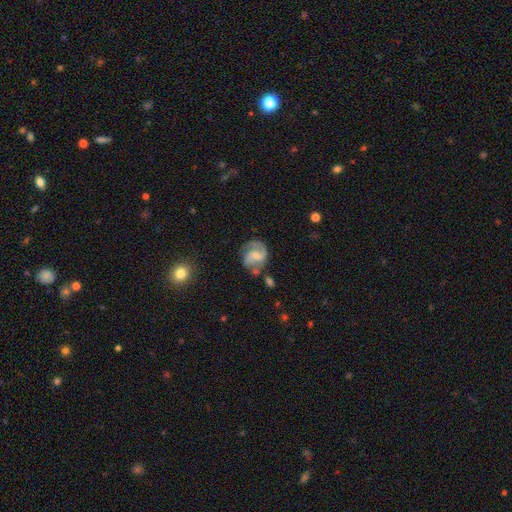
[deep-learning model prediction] A featured or disk galaxy (76%) with no bar (44%, tied with weak), 2 (80%) medium (50%) spiral arms (93%) and a small central bulge (55%).

Vote fractions:
- Smooth or featured? featured or disk: 76% / smooth: 18% / star or artifact: 6%
- Edge-on disk? no: 98% / yes: 2%
- Bar? no: 44% (tied) / weak: 44% (tied) / strong: 12%
- Spiral arms? yes: 93% / no: 7%
- Spiral winding? medium: 50% / tight: 26% / loose: 23%
- Spiral arm count? 2: 80% / can't tell: 7% / 1: 7% / 3: 3% / 4: 1% / more than 4: 1%
- Bulge size? small: 55% / moderate: 37% / none: 5% / large: 2% / dominant: 1%
- Merging? none: 61% / minor disturbance: 21% / major disturbance: 10% / merger: 8%